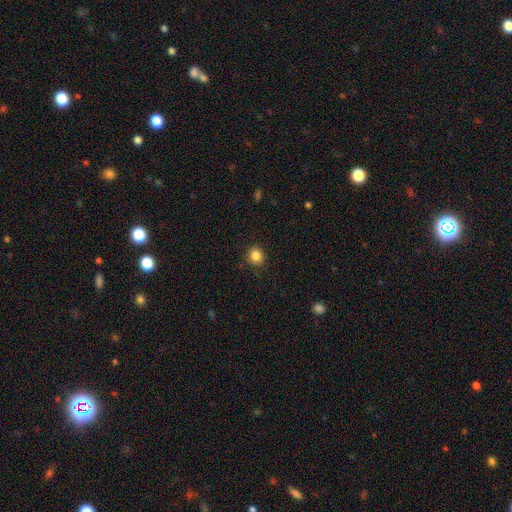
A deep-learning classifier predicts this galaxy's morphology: Overall: smooth (85%). How rounded: round (88%). Merging: none (88%).